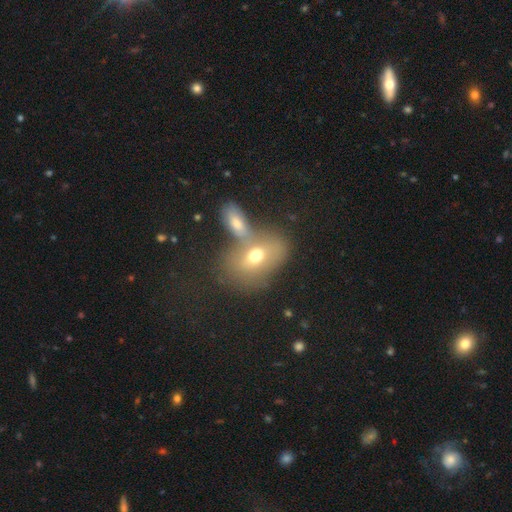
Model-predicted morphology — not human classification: Smooth or featured?
  - smooth: 64% *
  - featured or disk: 25%
  - star or artifact: 11%
How rounded?
  - in between: 73% *
  - round: 25%
  - cigar-shaped: 2%
Merging?
  - merger: 50% *
  - none: 31%
  - minor disturbance: 11%
  - major disturbance: 8%